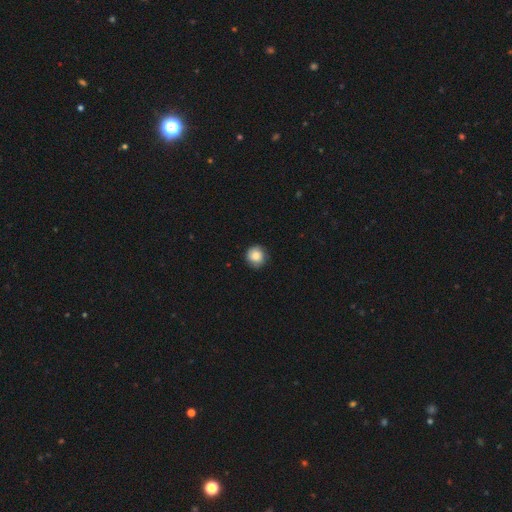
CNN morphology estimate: Smooth or featured? Predicted: smooth (p=0.83). How rounded? Predicted: round (p=0.91). Merging? Predicted: none (p=0.83).